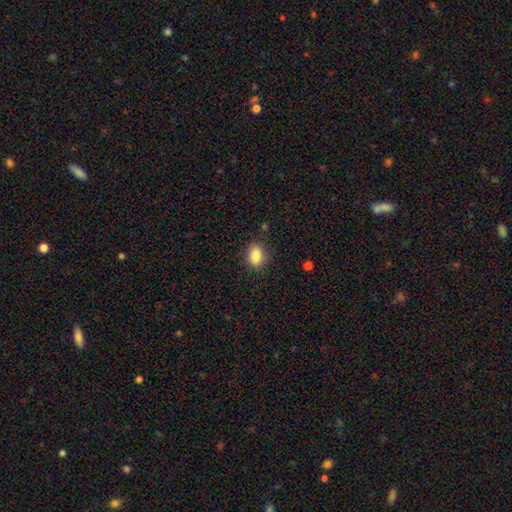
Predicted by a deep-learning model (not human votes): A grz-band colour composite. It shows a smooth galaxy with no disk features (87%) that is in between round and cigar-shaped (76%). Merging: none (84%).